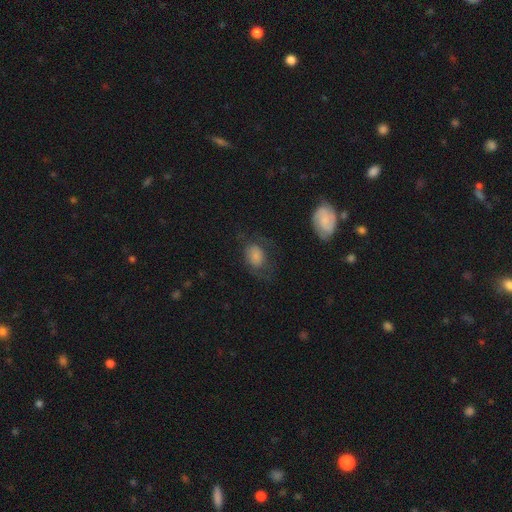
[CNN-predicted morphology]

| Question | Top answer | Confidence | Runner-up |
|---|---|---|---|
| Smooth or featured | smooth | 66% | featured or disk (24%) |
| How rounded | in between | 73% | round (26%) |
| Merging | none | 43% | major disturbance (31%) |